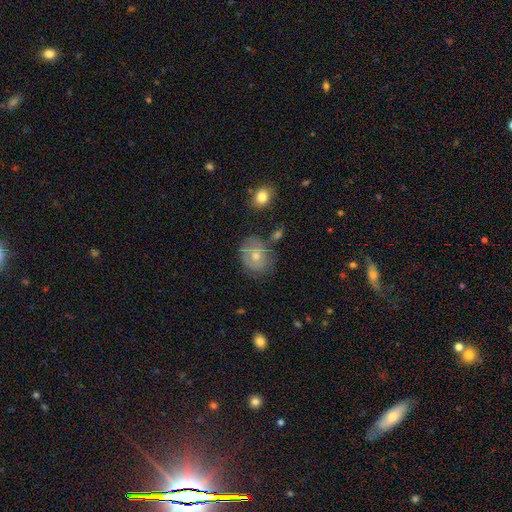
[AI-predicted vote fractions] Smooth or featured?
  - smooth: 45% *
  - featured or disk: 41%
  - star or artifact: 15%
Merging?
  - none: 74% *
  - minor disturbance: 18%
  - major disturbance: 5%
  - merger: 3%